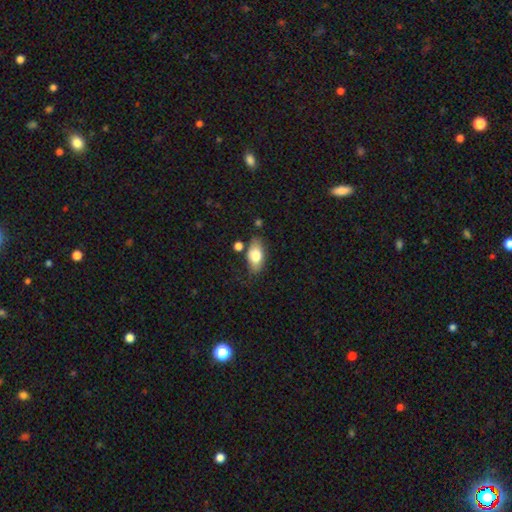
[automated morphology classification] Smooth or featured? smooth (77%)
How rounded? in between (89%)
Merging? none (71%)